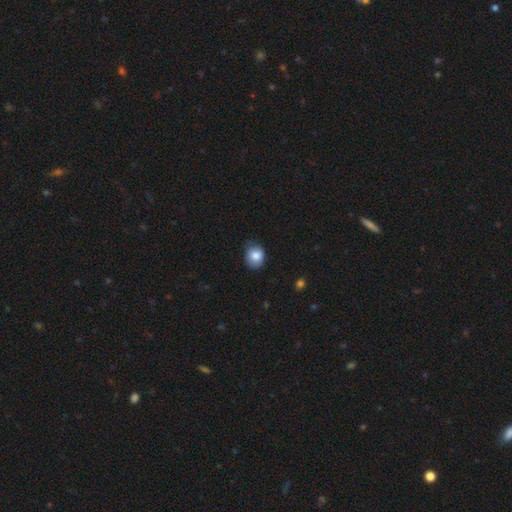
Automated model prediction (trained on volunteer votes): Q: Smooth or featured?
A: smooth (83%); runner-up: featured or disk (9%)
Q: How rounded?
A: round (61%); runner-up: in between (38%)
Q: Merging?
A: none (67%); runner-up: minor disturbance (27%)